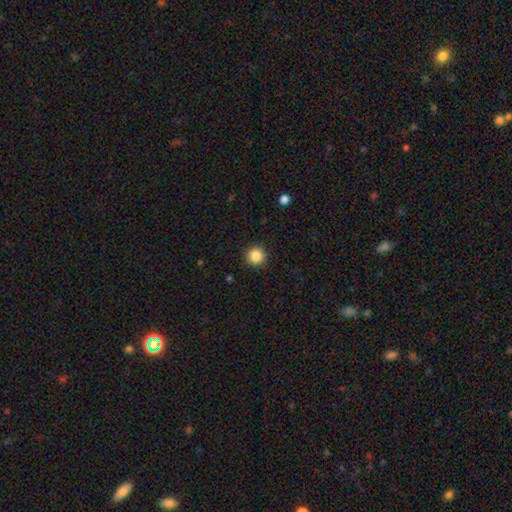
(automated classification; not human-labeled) smooth-or-featured: smooth: 86% | star or artifact: 10% | featured or disk: 4%
  how-rounded: round: 95% | in between: 4% | cigar-shaped: 1%
  merging: none: 92% | minor disturbance: 5% | major disturbance: 2% | merger: 1%